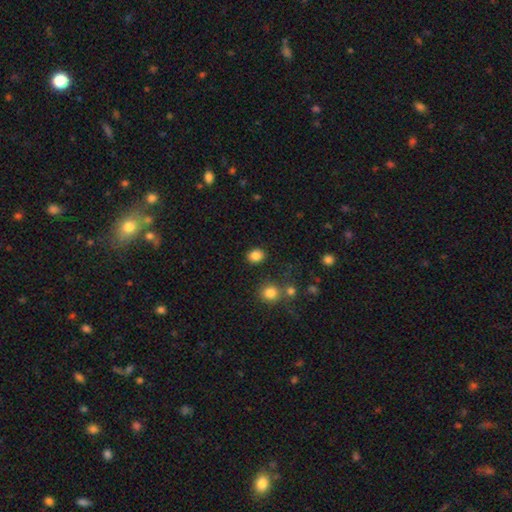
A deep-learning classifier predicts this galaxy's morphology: Overall: smooth (85%). How rounded: round (65%; in between 34%). Merging: none (87%).